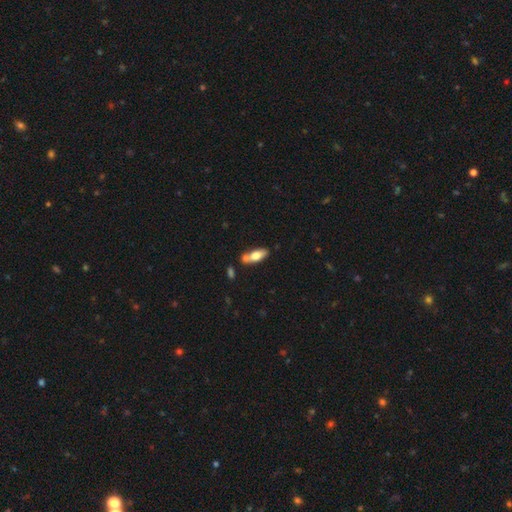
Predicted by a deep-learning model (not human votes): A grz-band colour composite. It shows a smooth galaxy with no disk features (69%) that is in between round and cigar-shaped (71%). Merging: none (55%).